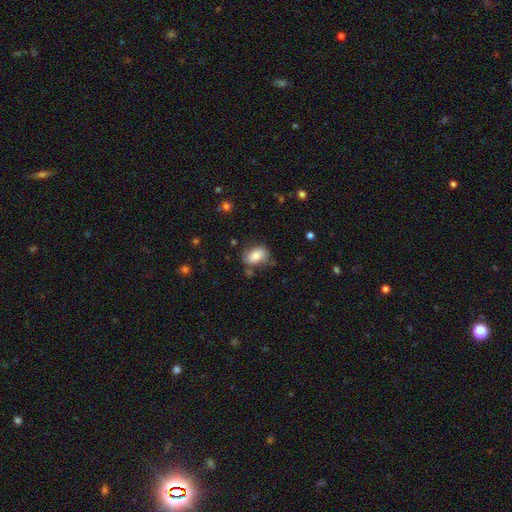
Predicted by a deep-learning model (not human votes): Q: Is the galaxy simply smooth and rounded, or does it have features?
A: smooth — 75%.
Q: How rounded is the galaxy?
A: in between — 82%.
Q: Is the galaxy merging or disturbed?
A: none — 68%.